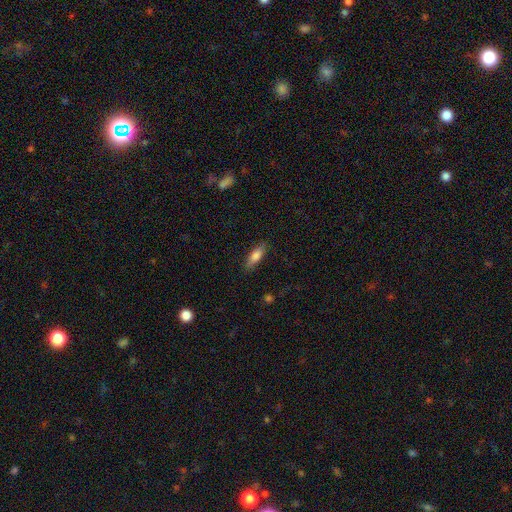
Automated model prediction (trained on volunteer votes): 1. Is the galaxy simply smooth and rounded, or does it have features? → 79% smooth, 14% featured or disk, 7% star or artifact.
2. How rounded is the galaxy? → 60% in between, 38% cigar-shaped, 2% round.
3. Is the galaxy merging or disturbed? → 85% none, 11% minor disturbance, 3% major disturbance, 1% merger.